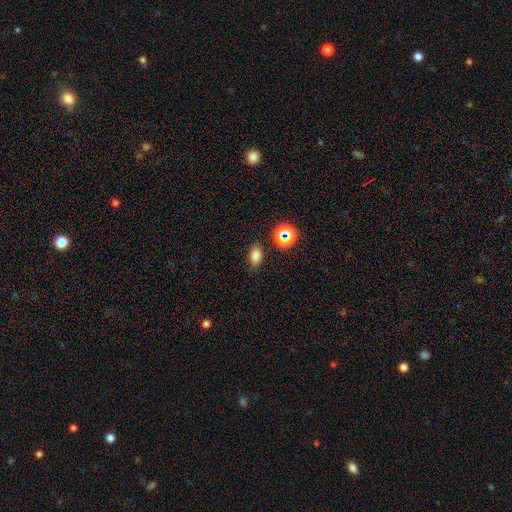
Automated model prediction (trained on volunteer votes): Q: Smooth or featured?
A: smooth (78%); runner-up: star or artifact (15%)
Q: How rounded?
A: in between (80%); runner-up: round (19%)
Q: Merging?
A: none (83%); runner-up: minor disturbance (11%)